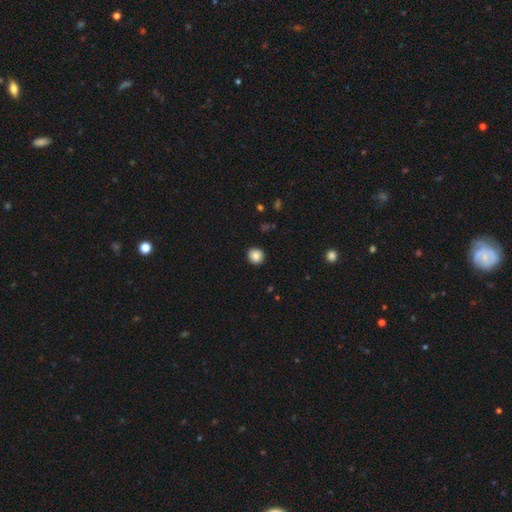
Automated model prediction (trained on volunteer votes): smooth 86%, star or artifact 9%, featured or disk 5%. Down the decision tree: how rounded — round (92%); merging — none (92%).